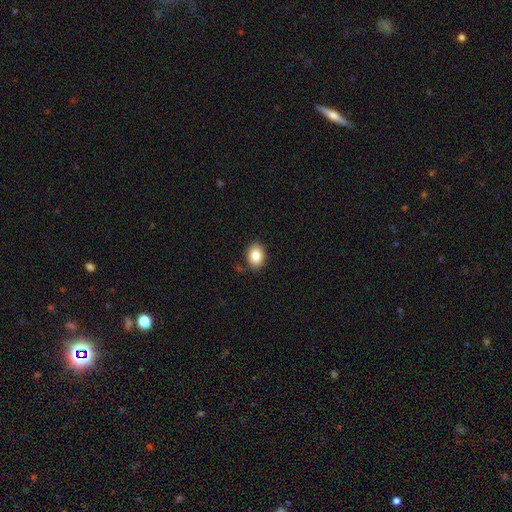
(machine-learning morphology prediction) Smooth or featured?
  - smooth: 85% *
  - star or artifact: 9%
  - featured or disk: 7%
How rounded?
  - in between: 65% *
  - round: 34%
  - cigar-shaped: 1%
Merging?
  - none: 87% *
  - minor disturbance: 9%
  - major disturbance: 2%
  - merger: 2%